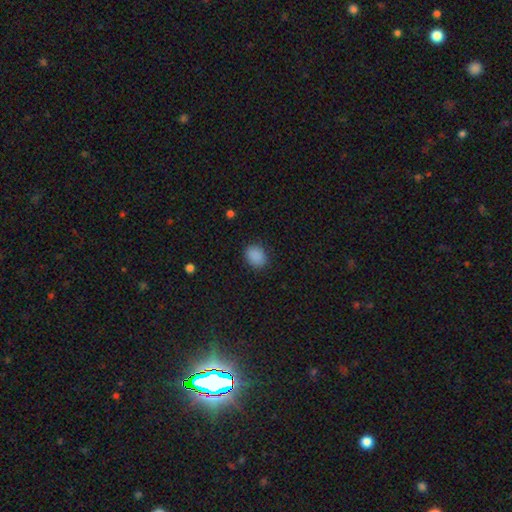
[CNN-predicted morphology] This is clearly a smooth galaxy (88%). How rounded: possibly in between (50%). Merging: clearly none (86%).